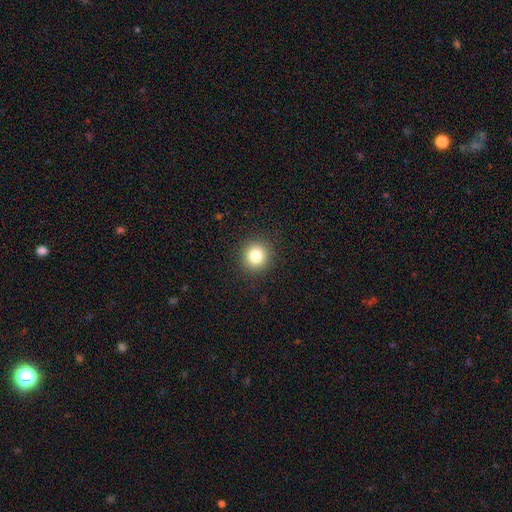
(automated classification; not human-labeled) Smooth or featured? smooth (82%)
How rounded? round (93%)
Merging? none (91%)